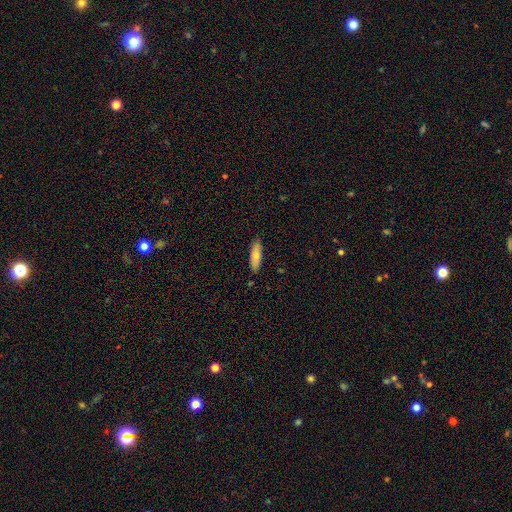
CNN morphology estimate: A smooth galaxy with no disk features (76%) that is in between round and cigar-shaped (52%). Merging: none (87%).